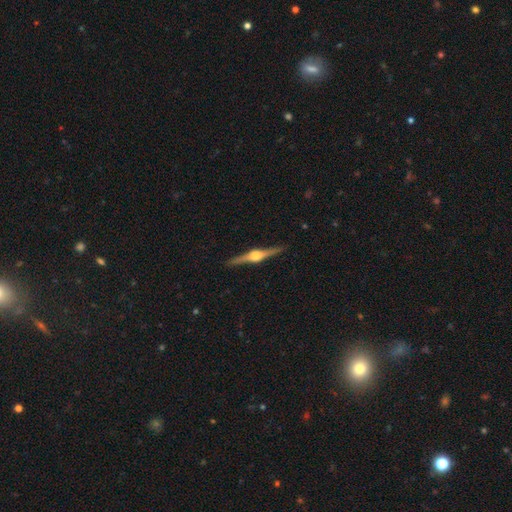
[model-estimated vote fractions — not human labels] smooth_or_featured: featured or disk (p=0.86) [alt: smooth p=0.09]
disk_edge_on: yes (p=0.98) [alt: no p=0.02]
edge_on_bulge: rounded (p=0.94) [alt: boxy p=0.05]
merging: none (p=0.91) [alt: minor disturbance p=0.07]